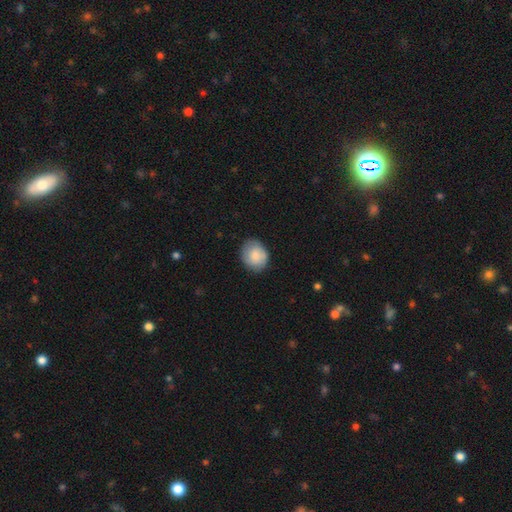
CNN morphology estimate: Overall: smooth (81%). How rounded: round (56%; in between 43%). Merging: none (77%).